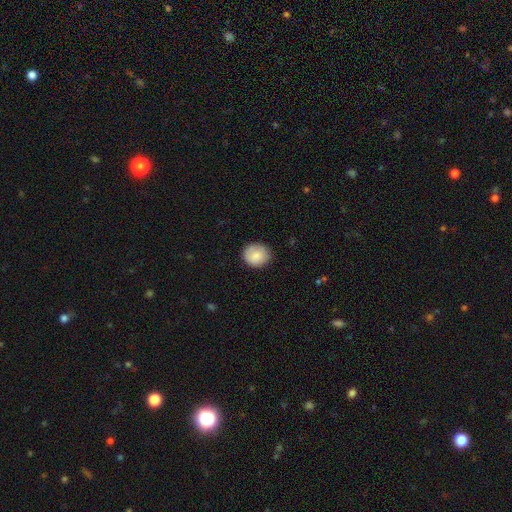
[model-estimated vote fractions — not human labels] A smooth galaxy with no disk features (86%) that is round (76%). Merging: none (84%).